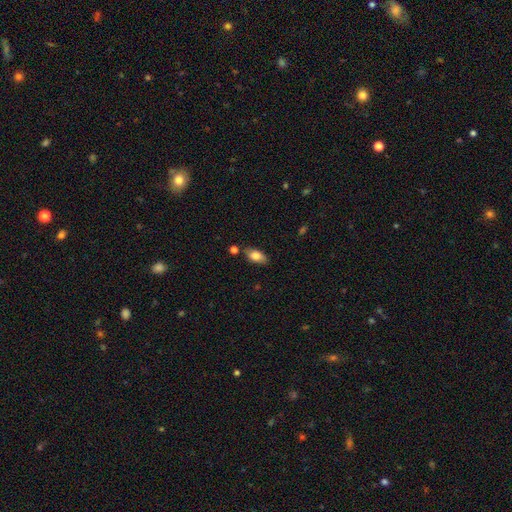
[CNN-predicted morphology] This is clearly a smooth galaxy (80%). How rounded: clearly in between (89%). Merging: likely none (77%).